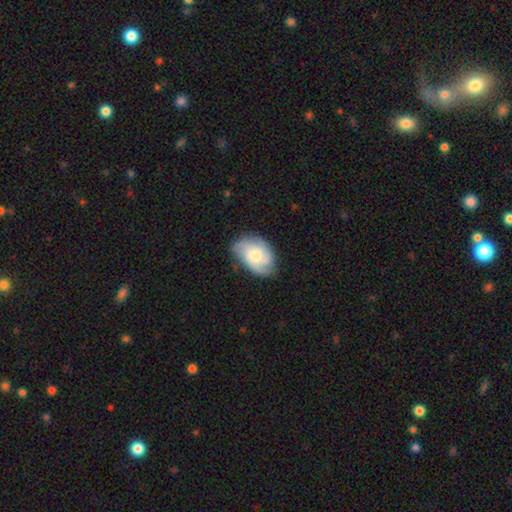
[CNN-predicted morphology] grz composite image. It shows a featured or disk galaxy (66%) with no bar (75%), 3 (44%) tight (47%) spiral arms (93%) and a moderate central bulge (54%). Merging: none (70%).